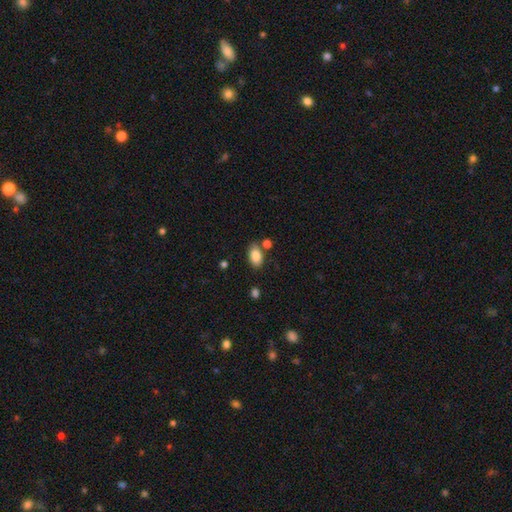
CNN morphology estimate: A smooth galaxy with no disk features (85%) that is in between round and cigar-shaped (91%).

Vote fractions:
- Smooth or featured? smooth: 85% / star or artifact: 8% / featured or disk: 7%
- How rounded? in between: 91% / round: 7% / cigar-shaped: 2%
- Merging? none: 75% / minor disturbance: 13% / merger: 9% / major disturbance: 3%